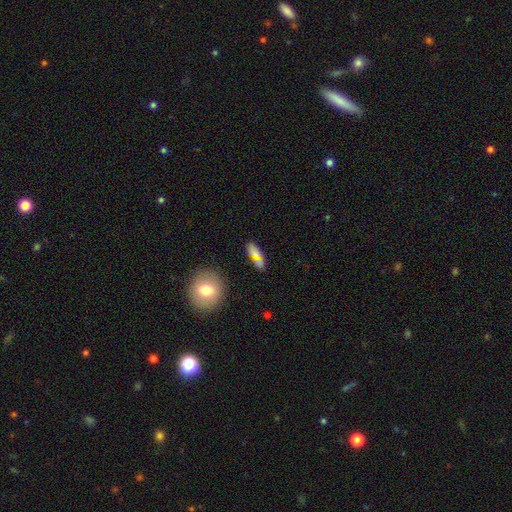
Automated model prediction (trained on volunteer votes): This appears to be a smooth galaxy with no disk features (72%) that is in between round and cigar-shaped (68%). Merging: none (67%).